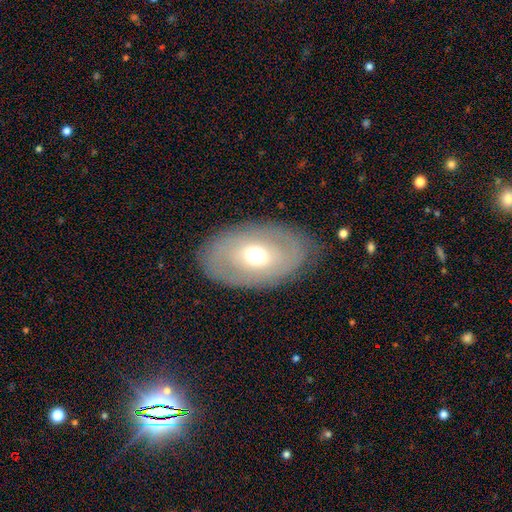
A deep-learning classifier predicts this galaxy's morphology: A featured or disk galaxy (48%). Merging: none (81%).